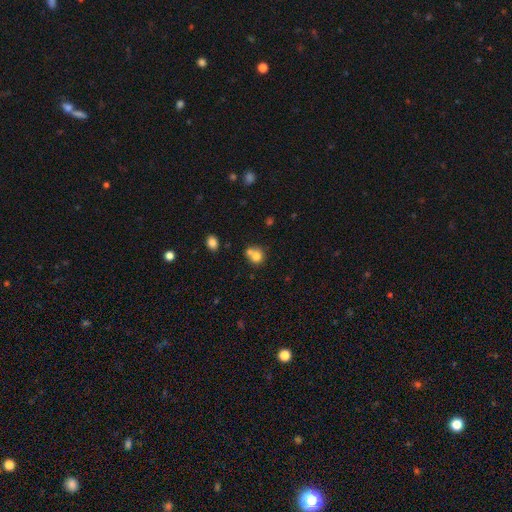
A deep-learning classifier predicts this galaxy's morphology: Smooth or featured? smooth (75%)
How rounded? round (79%)
Merging? merger (47%)